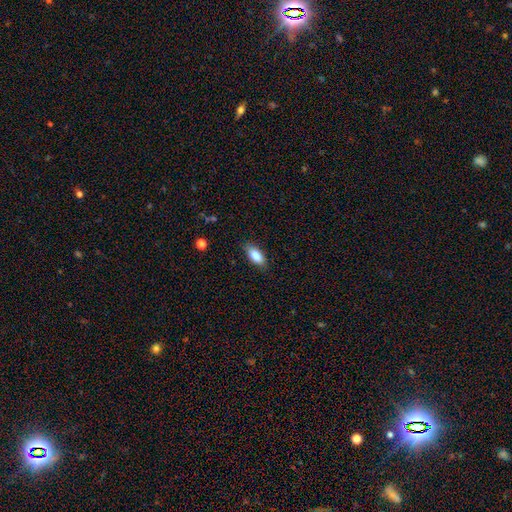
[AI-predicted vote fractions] This is clearly a smooth galaxy (85%). How rounded: clearly in between (86%). Merging: clearly none (84%).